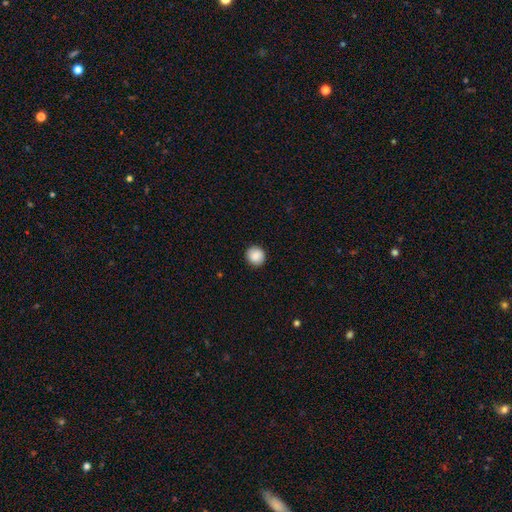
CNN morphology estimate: Smooth or featured?
  - smooth: 88% *
  - star or artifact: 8%
  - featured or disk: 4%
How rounded?
  - round: 92% *
  - in between: 7%
  - cigar-shaped: 1%
Merging?
  - none: 91% *
  - minor disturbance: 6%
  - major disturbance: 2%
  - merger: 1%